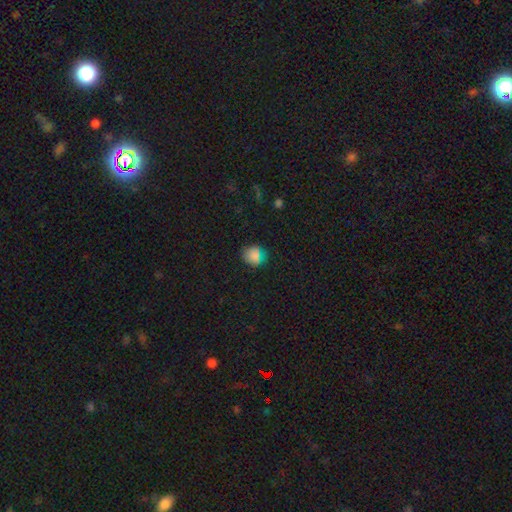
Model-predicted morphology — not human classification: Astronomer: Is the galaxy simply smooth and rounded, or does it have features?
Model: smooth — 74%.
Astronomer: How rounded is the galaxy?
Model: round — 78%.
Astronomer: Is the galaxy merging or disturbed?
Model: none — 82%.